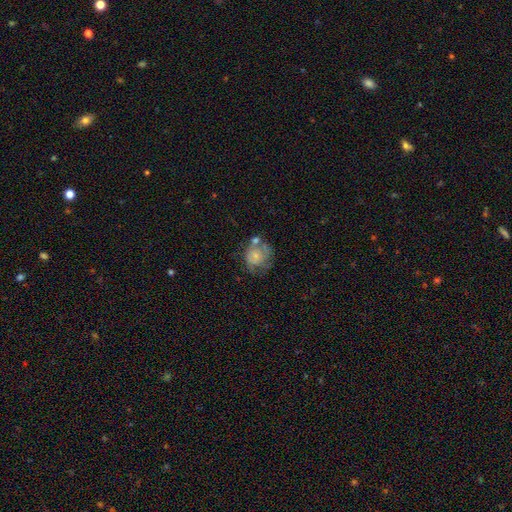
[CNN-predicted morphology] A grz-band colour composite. It shows a featured or disk galaxy (51%). Merging: none (35%).